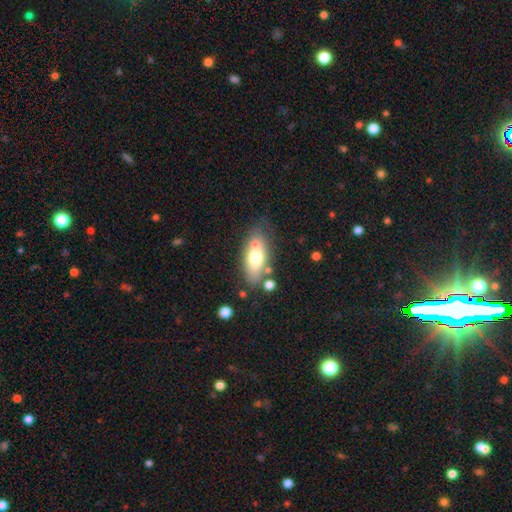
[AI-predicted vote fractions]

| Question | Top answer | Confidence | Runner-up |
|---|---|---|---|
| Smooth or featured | smooth | 66% | featured or disk (26%) |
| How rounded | in between | 82% | cigar-shaped (14%) |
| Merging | none | 66% | minor disturbance (17%) |